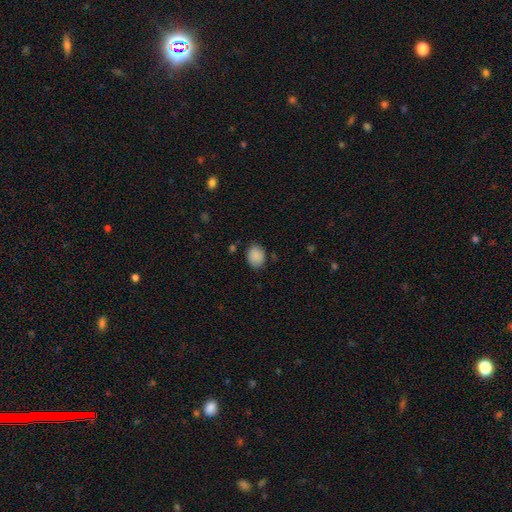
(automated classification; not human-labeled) Smooth or featured? smooth (89%)
How rounded? in between (56%)
Merging? none (80%)